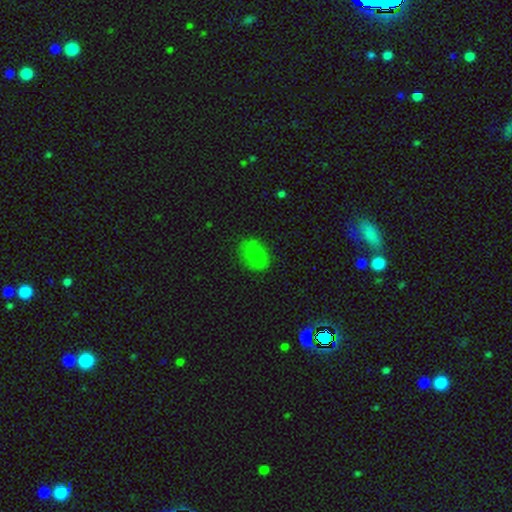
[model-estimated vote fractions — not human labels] The model was most divided on "how rounded": in between: 64%, round: 35%, cigar-shaped: 1%. More confident: smooth or featured — smooth (78%); merging — none (74%).